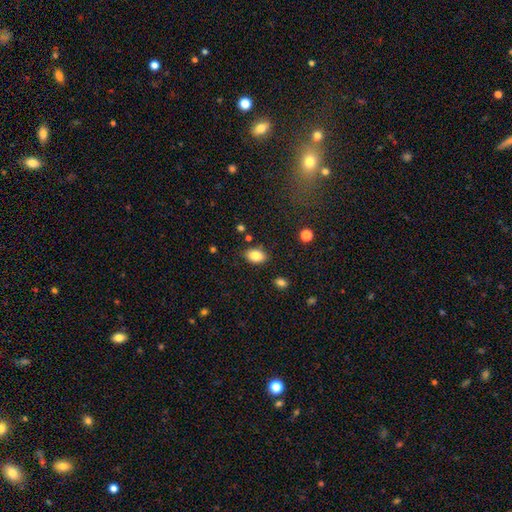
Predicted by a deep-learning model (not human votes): smooth_or_featured: smooth (p=0.83) [alt: star or artifact p=0.09]
how_rounded: in between (p=0.84) [alt: round p=0.15]
merging: none (p=0.84) [alt: minor disturbance p=0.11]